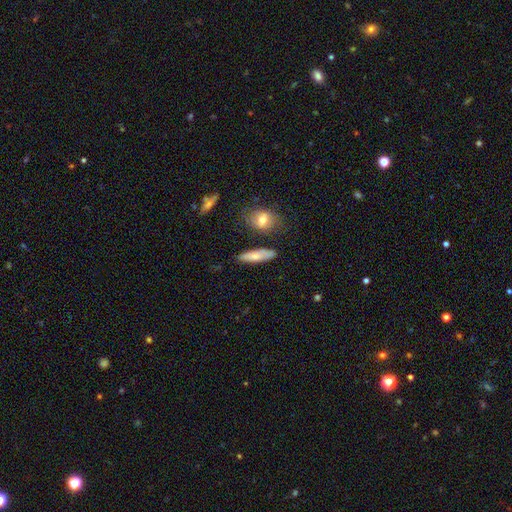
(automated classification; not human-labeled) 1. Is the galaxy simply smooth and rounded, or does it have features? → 73% smooth, 20% featured or disk, 7% star or artifact.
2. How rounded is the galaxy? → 60% cigar-shaped, 36% in between, 3% round.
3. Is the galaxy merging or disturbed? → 77% none, 14% minor disturbance, 6% merger, 3% major disturbance.